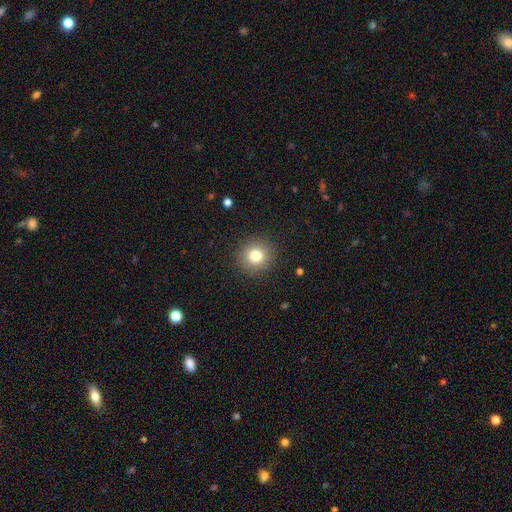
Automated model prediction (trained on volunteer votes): Overall: smooth (79%). How rounded: round (90%). Merging: none (90%).